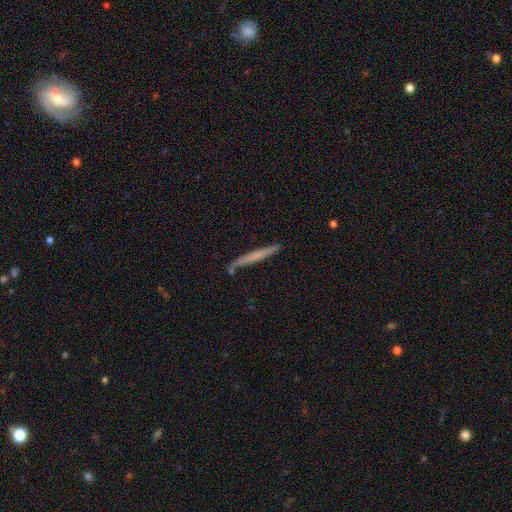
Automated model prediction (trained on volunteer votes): A smooth galaxy with no disk features (55%) that is cigar-shaped (97%).

Vote fractions:
- Smooth or featured? smooth: 55% / featured or disk: 40% / star or artifact: 6%
- How rounded? cigar-shaped: 97% / in between: 2% / round: 1%
- Merging? none: 84% / minor disturbance: 11% / merger: 3% / major disturbance: 2%